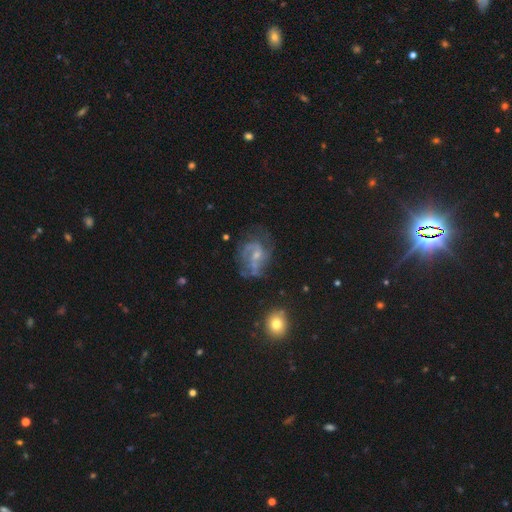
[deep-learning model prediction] Q: Smooth or featured?
A: featured or disk (79%); runner-up: smooth (12%)
Q: Edge-on disk?
A: no (98%); runner-up: yes (2%)
Q: Bar?
A: weak (46%); runner-up: no (43%)
Q: Spiral arms?
A: yes (88%); runner-up: no (12%)
Q: Spiral winding?
A: medium (48%); runner-up: loose (32%)
Q: Spiral arm count?
A: 2 (59%); runner-up: can't tell (18%)
Q: Bulge size?
A: small (61%); runner-up: moderate (28%)
Q: Merging?
A: none (50%); runner-up: major disturbance (23%)